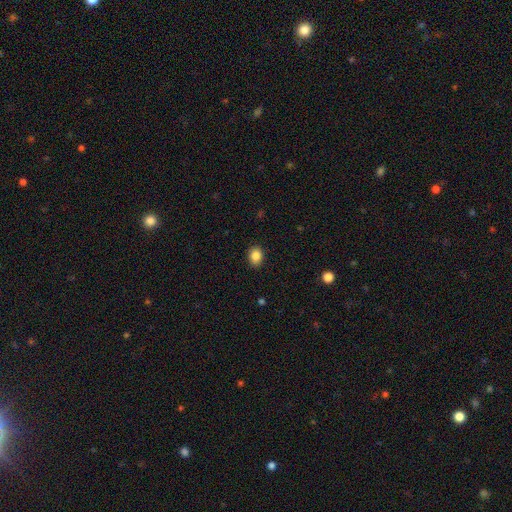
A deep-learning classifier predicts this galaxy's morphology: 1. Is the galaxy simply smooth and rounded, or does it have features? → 86% smooth, 9% star or artifact, 5% featured or disk.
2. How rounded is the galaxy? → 61% in between, 38% round, 1% cigar-shaped.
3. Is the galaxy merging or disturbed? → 89% none, 8% minor disturbance, 2% major disturbance, 1% merger.